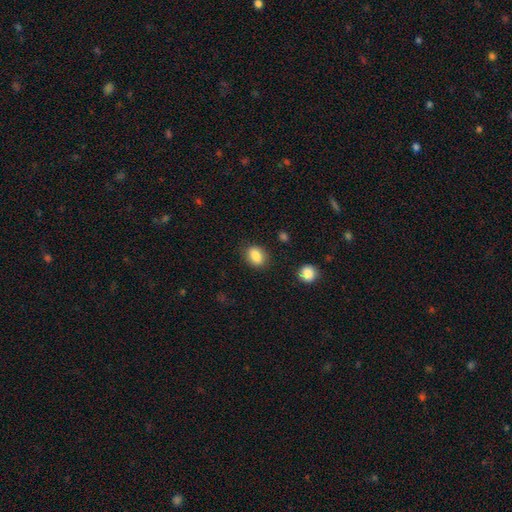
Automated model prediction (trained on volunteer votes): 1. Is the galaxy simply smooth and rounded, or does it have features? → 85% smooth, 8% star or artifact, 6% featured or disk.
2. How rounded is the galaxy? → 70% in between, 29% round, 2% cigar-shaped.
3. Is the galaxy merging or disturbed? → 83% none, 12% minor disturbance, 3% major disturbance, 2% merger.